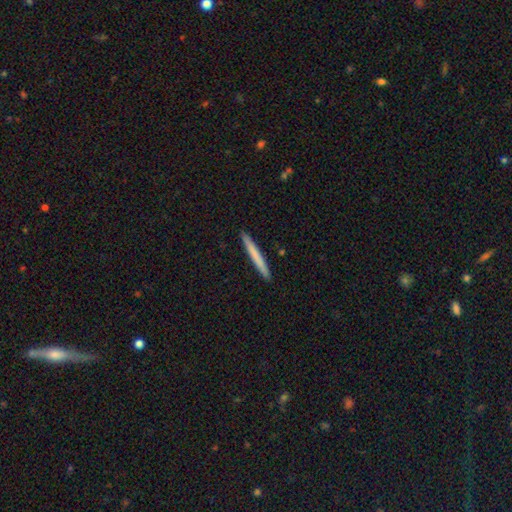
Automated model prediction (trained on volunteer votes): Morphology: type=smooth (69%); roundness=cigar-shaped (97%); merging=none (93%).